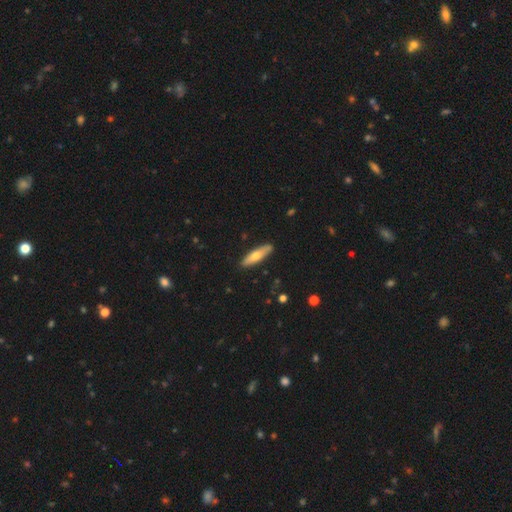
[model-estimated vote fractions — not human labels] smooth 62%, featured or disk 33%, star or artifact 5%. Down the decision tree: how rounded — cigar-shaped (70%); merging — none (89%).